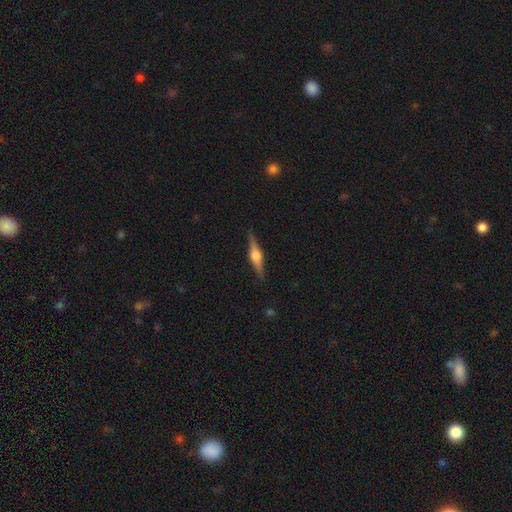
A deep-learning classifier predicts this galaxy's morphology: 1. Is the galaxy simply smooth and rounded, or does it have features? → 72% featured or disk, 22% smooth, 6% star or artifact.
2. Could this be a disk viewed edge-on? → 98% yes, 2% no.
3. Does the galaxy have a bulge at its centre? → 92% rounded, 6% boxy, 2% none.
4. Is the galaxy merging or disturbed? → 89% none, 8% minor disturbance, 2% major disturbance, 1% merger.